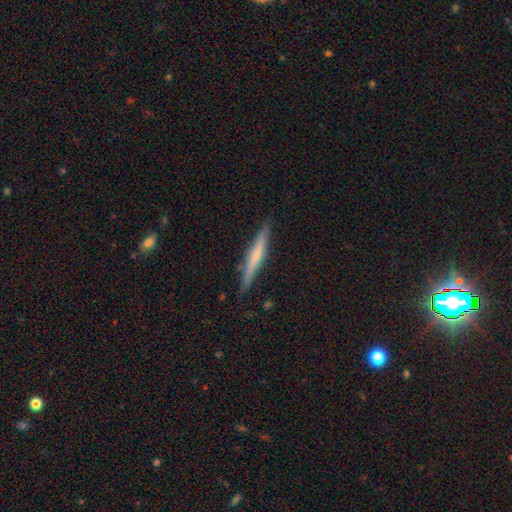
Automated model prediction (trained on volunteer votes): A featured or disk galaxy (54%) viewed edge-on (97%) with no central bulge (49%). Merging: none (89%).